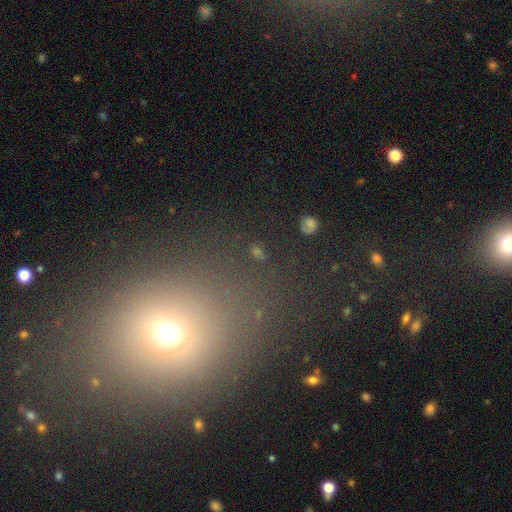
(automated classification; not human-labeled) Smooth or featured?
  - smooth: 52% *
  - star or artifact: 36%
  - featured or disk: 12%
How rounded?
  - round: 66% *
  - in between: 31%
  - cigar-shaped: 3%
Merging?
  - none: 75% *
  - minor disturbance: 11%
  - major disturbance: 7%
  - merger: 7%